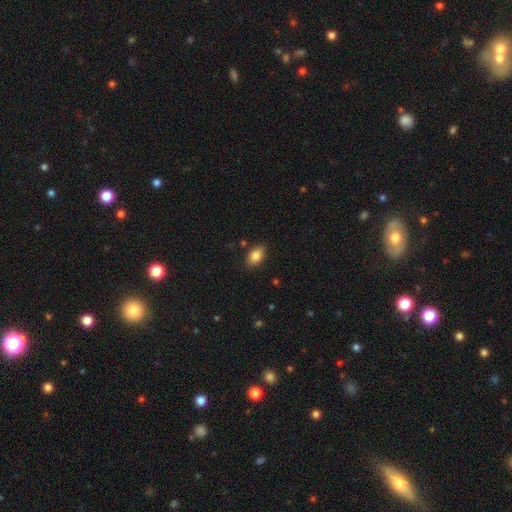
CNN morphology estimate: Smooth or featured: smooth — 83% (star or artifact — 8%)
How rounded: in between — 87% (round — 11%)
Merging: none — 86% (minor disturbance — 10%)